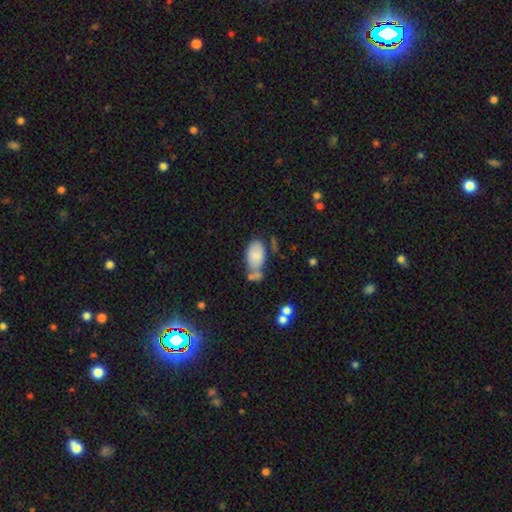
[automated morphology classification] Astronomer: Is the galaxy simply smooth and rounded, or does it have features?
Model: smooth — 81%.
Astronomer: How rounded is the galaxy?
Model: in between — 94%.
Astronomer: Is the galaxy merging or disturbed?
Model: none — 43% (runner-up: merger, 25%).